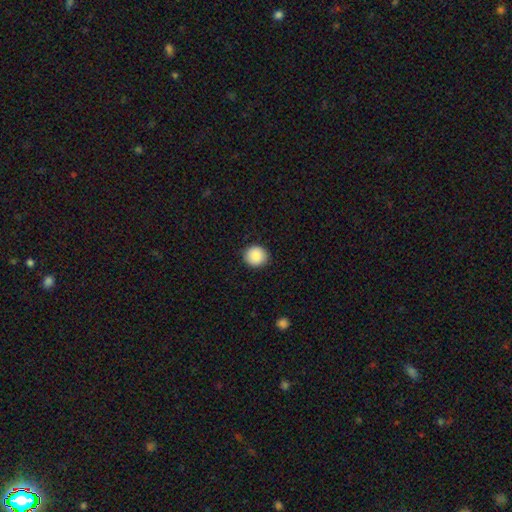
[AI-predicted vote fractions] Smooth or featured? smooth (89%)
How rounded? round (91%)
Merging? none (91%)